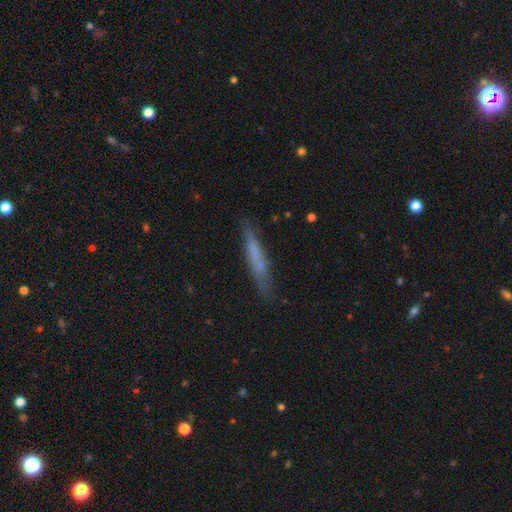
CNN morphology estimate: This appears to be a smooth galaxy with no disk features (58%) that is cigar-shaped (93%). Merging: none (80%).